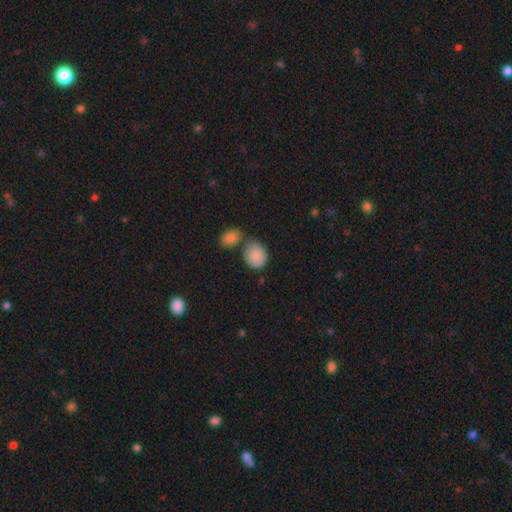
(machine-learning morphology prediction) Smooth or featured? smooth (87%)
How rounded? in between (51%)
Merging? none (51%)